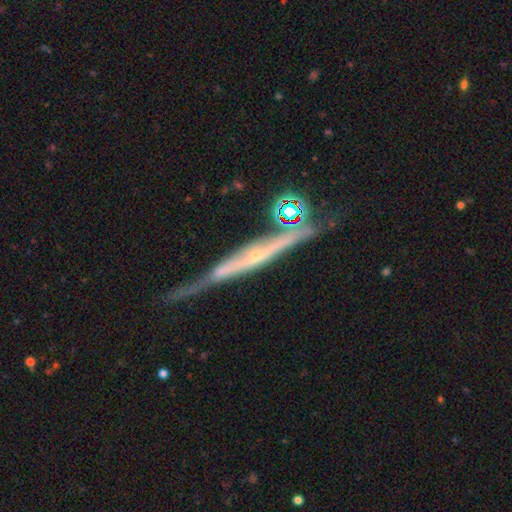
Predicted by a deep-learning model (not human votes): smooth-or-featured: featured or disk: 80% | smooth: 12% | star or artifact: 9%
  disk-edge-on: yes: 92% | no: 8%
    edge-on-bulge: rounded: 47% | none: 44% | boxy: 9%
  merging: none: 62% | minor disturbance: 23% | merger: 8% | major disturbance: 7%